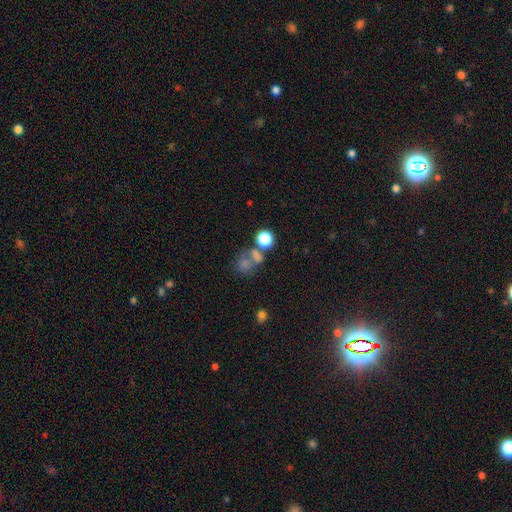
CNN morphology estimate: Overall: smooth (63%). How rounded: round (65%; in between 33%). Merging: none (40%; merger 38%).